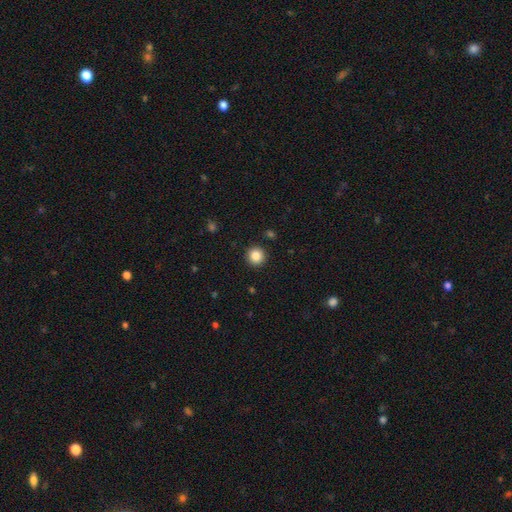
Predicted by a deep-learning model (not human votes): Morphology: type=smooth (86%); roundness=round (94%); merging=none (92%).